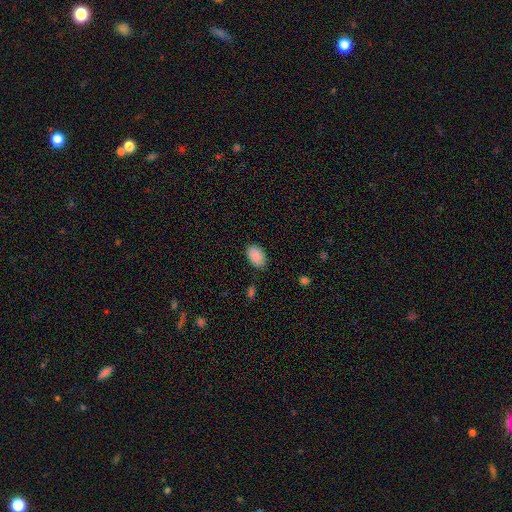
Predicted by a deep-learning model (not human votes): smooth_or_featured: smooth (p=0.89) [alt: star or artifact p=0.07]
how_rounded: in between (p=0.92) [alt: round p=0.07]
merging: none (p=0.82) [alt: minor disturbance p=0.14]